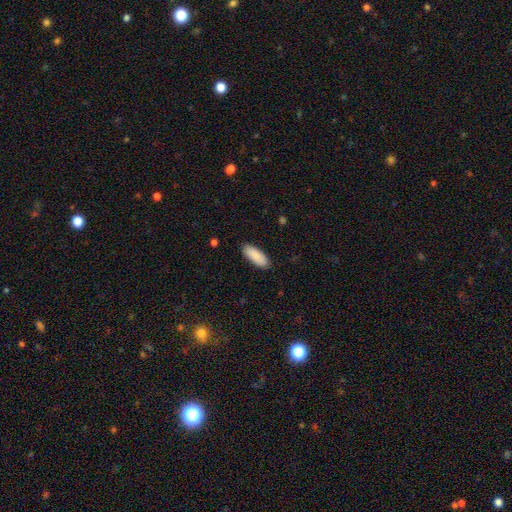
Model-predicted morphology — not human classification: Q: Smooth or featured?
A: smooth (90%); runner-up: star or artifact (5%)
Q: How rounded?
A: in between (76%); runner-up: cigar-shaped (23%)
Q: Merging?
A: none (89%); runner-up: minor disturbance (8%)